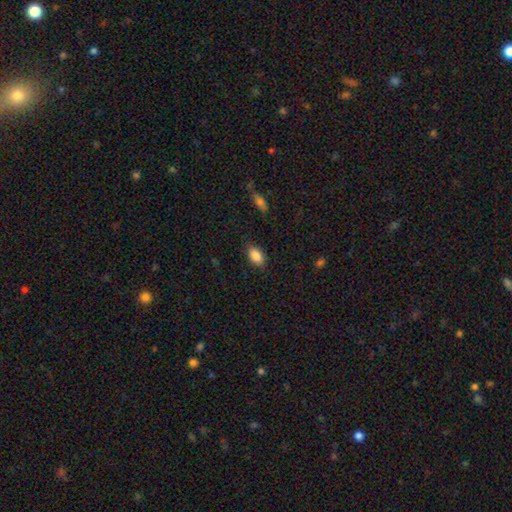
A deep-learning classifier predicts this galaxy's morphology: The model was most divided on "merging": none: 83%, minor disturbance: 12%, major disturbance: 3%, merger: 1%. More confident: how rounded — in between (90%); smooth or featured — smooth (87%).